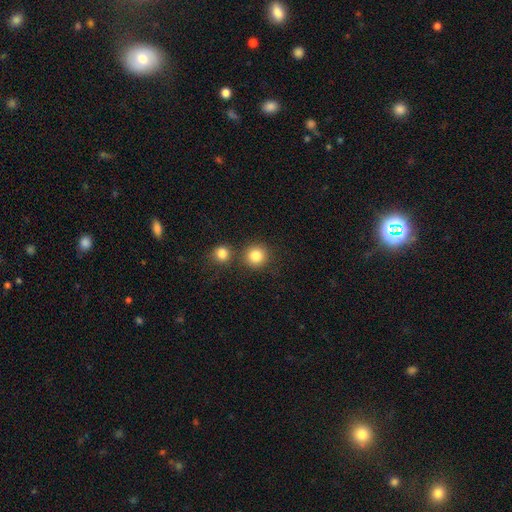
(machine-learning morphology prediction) smooth-or-featured: smooth: 83% | star or artifact: 11% | featured or disk: 6%
  how-rounded: round: 92% | in between: 7% | cigar-shaped: 1%
  merging: none: 76% | merger: 14% | minor disturbance: 7% | major disturbance: 3%